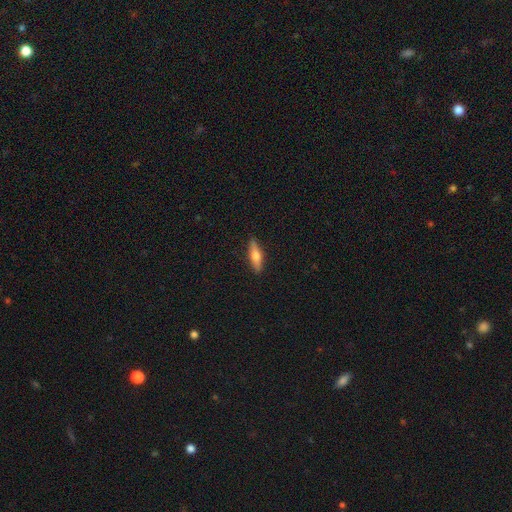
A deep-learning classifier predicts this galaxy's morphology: smooth-or-featured: smooth: 56% | featured or disk: 38% | star or artifact: 6%
  how-rounded: cigar-shaped: 66% | in between: 32% | round: 2%
  merging: none: 90% | minor disturbance: 8% | major disturbance: 2% | merger: 1%